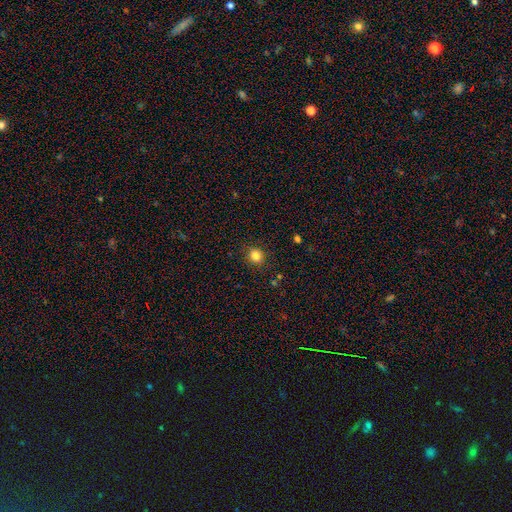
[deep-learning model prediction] smooth_or_featured: smooth (p=0.83) [alt: star or artifact p=0.13]
how_rounded: round (p=0.88) [alt: in between p=0.11]
merging: none (p=0.89) [alt: minor disturbance p=0.07]